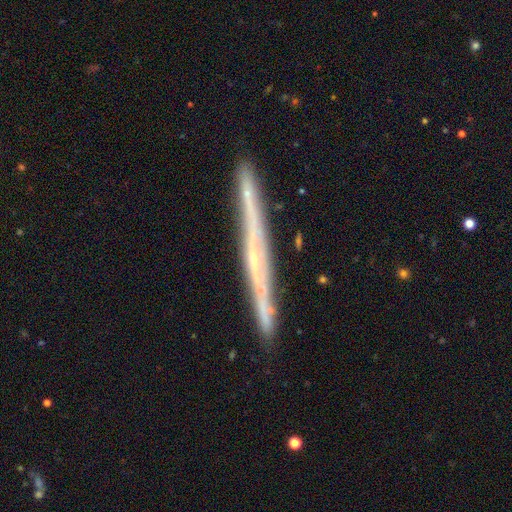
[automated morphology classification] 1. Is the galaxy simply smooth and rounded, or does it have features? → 75% featured or disk, 17% smooth, 8% star or artifact.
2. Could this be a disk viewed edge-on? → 96% yes, 4% no.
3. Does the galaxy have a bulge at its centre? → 66% none, 29% rounded, 5% boxy.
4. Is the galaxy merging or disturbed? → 87% none, 10% minor disturbance, 2% merger, 2% major disturbance.